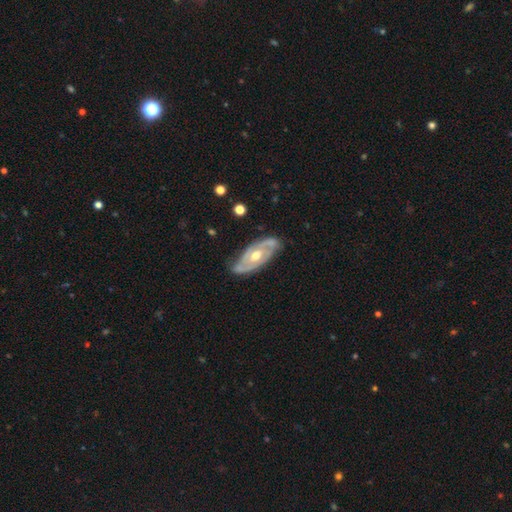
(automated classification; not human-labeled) A featured or disk galaxy (84%) with no bar (65%), 2 (72%) tight (56%) spiral arms (86%) and a moderate central bulge (77%).

Vote fractions:
- Smooth or featured? featured or disk: 84% / smooth: 12% / star or artifact: 4%
- Edge-on disk? no: 91% / yes: 9%
- Bar? no: 65% / weak: 27% / strong: 8%
- Spiral arms? yes: 86% / no: 14%
- Spiral winding? tight: 56% / medium: 35% / loose: 10%
- Spiral arm count? 2: 72% / can't tell: 16% / 3: 5% / 1: 3% / 4: 2% / more than 4: 2%
- Bulge size? moderate: 77% / small: 15% / large: 6% / none: 1% / dominant: 1%
- Merging? none: 75% / minor disturbance: 19% / major disturbance: 4% / merger: 2%